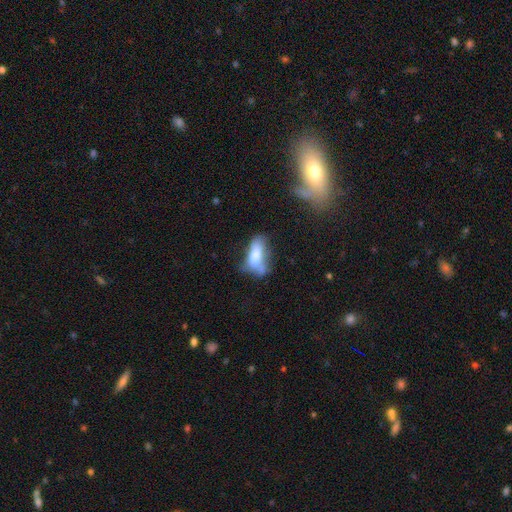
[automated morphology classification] Smooth or featured? Predicted: smooth (p=0.64). How rounded? Predicted: in between (p=0.78). Merging? Predicted: none (p=0.34).